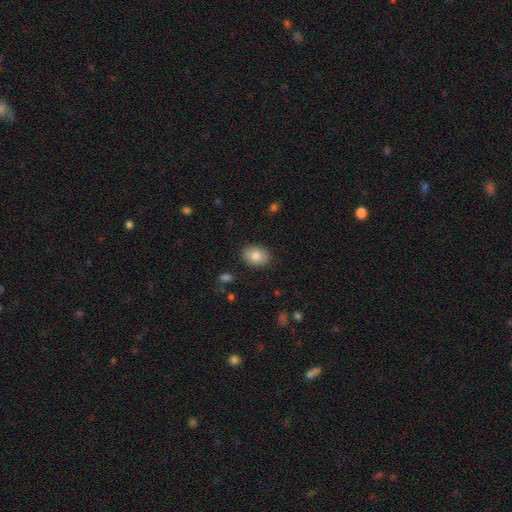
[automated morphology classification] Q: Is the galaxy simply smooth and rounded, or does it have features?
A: smooth — 82%.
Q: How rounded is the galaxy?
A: in between — 72%.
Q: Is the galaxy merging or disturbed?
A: none — 88%.